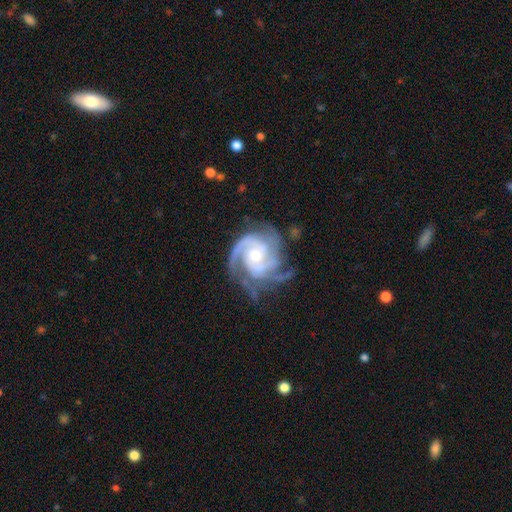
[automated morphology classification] smooth_or_featured: featured or disk (p=0.92) [alt: star or artifact p=0.04]
disk_edge_on: no (p=0.98) [alt: yes p=0.02]
bar: no (p=0.64) [alt: weak p=0.28]
has_spiral_arms: yes (p=0.98) [alt: no p=0.02]
spiral_winding: tight (p=0.54) [alt: medium p=0.40]
spiral_arm_count: 3 (p=0.48) [alt: 2 p=0.19]
bulge_size: moderate (p=0.60) [alt: small p=0.32]
merging: none (p=0.66) [alt: minor disturbance p=0.20]